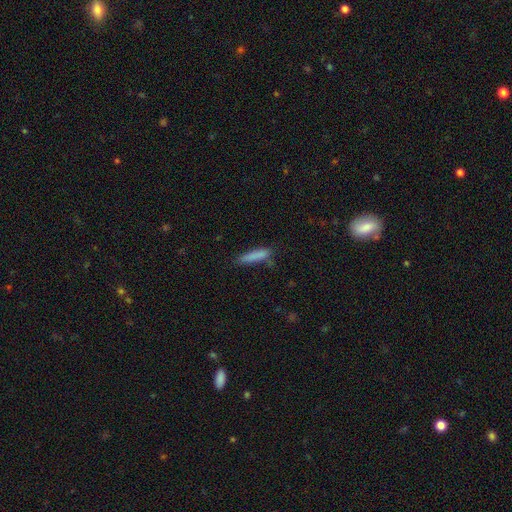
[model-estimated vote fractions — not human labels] smooth 83%, featured or disk 9%, star or artifact 7%. Down the decision tree: how rounded — cigar-shaped (84%); merging — none (73%).